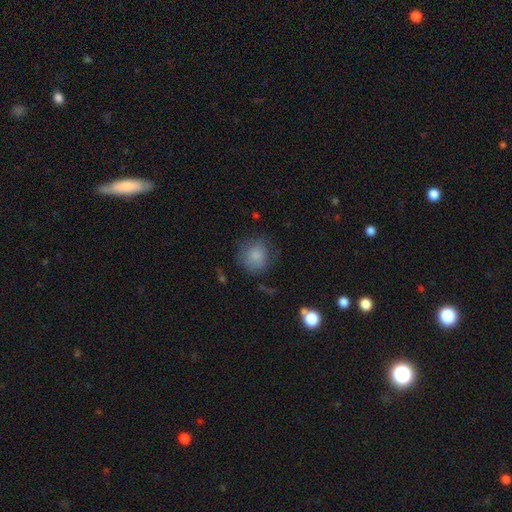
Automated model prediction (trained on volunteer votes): Morphology: type=smooth (83%); roundness=round (84%); merging=none (72%).